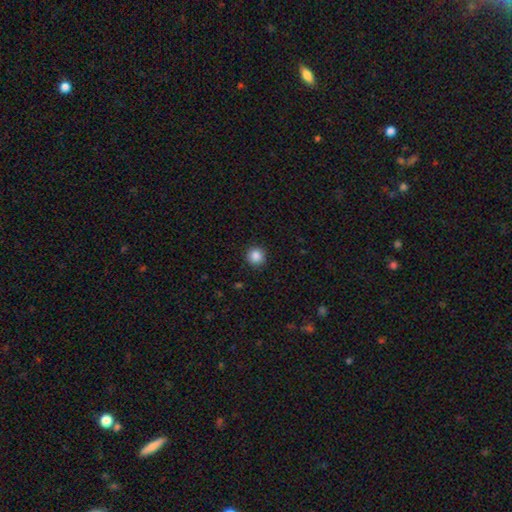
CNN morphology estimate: smooth_or_featured: smooth (p=0.87) [alt: star or artifact p=0.10]
how_rounded: round (p=0.95) [alt: in between p=0.04]
merging: none (p=0.92) [alt: minor disturbance p=0.05]